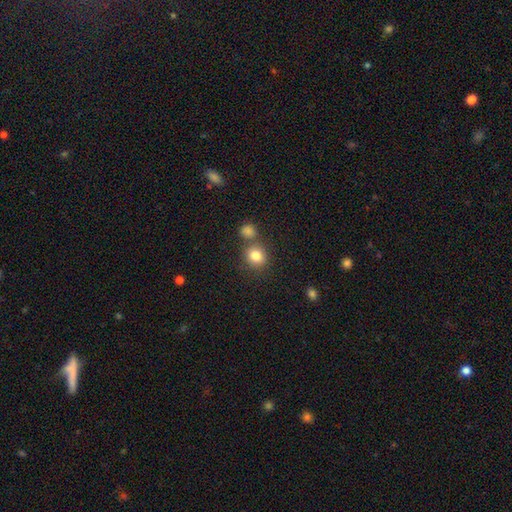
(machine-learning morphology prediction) Q: Smooth or featured?
A: smooth (82%); runner-up: star or artifact (11%)
Q: How rounded?
A: round (84%); runner-up: in between (15%)
Q: Merging?
A: none (69%); runner-up: merger (19%)